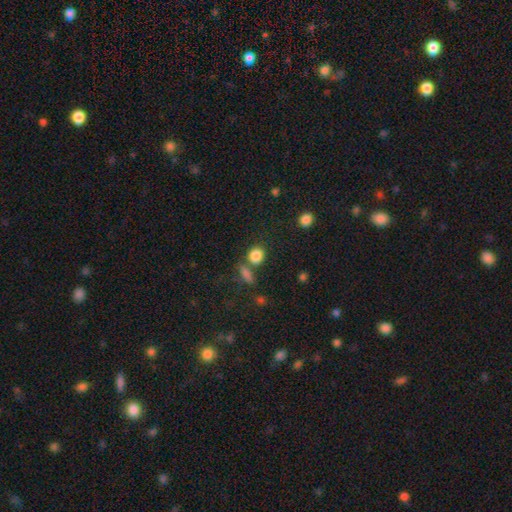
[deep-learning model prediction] Smooth or featured: smooth — 84% (star or artifact — 11%)
How rounded: round — 70% (in between — 29%)
Merging: none — 63% (merger — 22%)